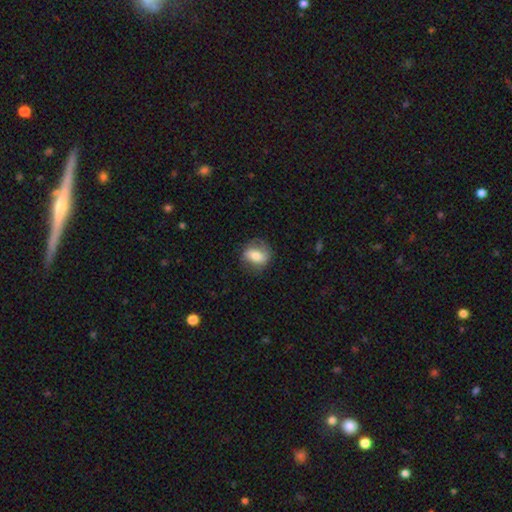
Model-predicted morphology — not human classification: This is likely a smooth galaxy (63%). How rounded: possibly in between (54%). Merging: likely none (69%).